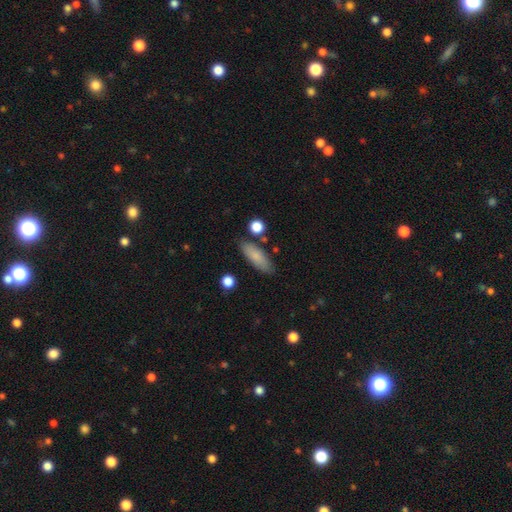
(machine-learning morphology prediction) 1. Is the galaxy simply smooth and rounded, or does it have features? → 80% smooth, 13% featured or disk, 7% star or artifact.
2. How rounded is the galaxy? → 62% in between, 36% cigar-shaped, 3% round.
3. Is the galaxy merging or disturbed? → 82% none, 12% minor disturbance, 4% merger, 3% major disturbance.